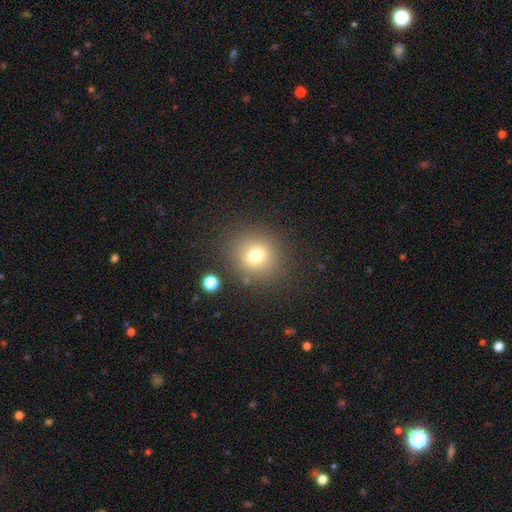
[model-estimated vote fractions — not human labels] smooth-or-featured: smooth: 74% | star or artifact: 15% | featured or disk: 11%
  how-rounded: round: 80% | in between: 19% | cigar-shaped: 1%
  merging: none: 82% | minor disturbance: 10% | major disturbance: 5% | merger: 3%